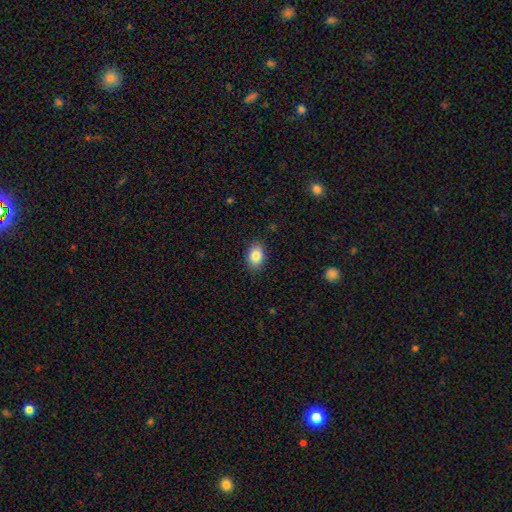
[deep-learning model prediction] smooth 84%, star or artifact 8%, featured or disk 7%. Down the decision tree: how rounded — in between (83%); merging — none (88%).